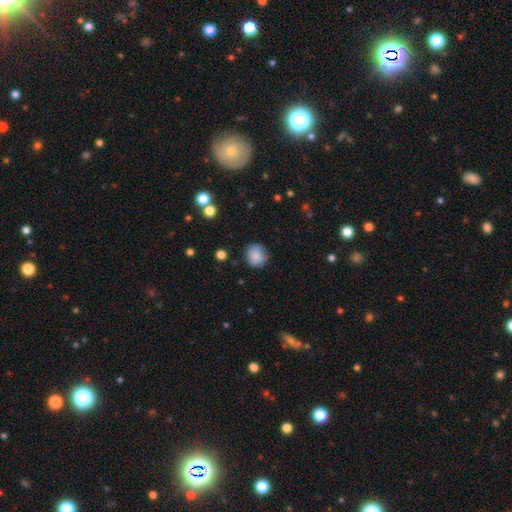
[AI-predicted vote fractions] smooth_or_featured: smooth (p=0.84) [alt: star or artifact p=0.08]
how_rounded: round (p=0.82) [alt: in between p=0.17]
merging: none (p=0.80) [alt: minor disturbance p=0.15]